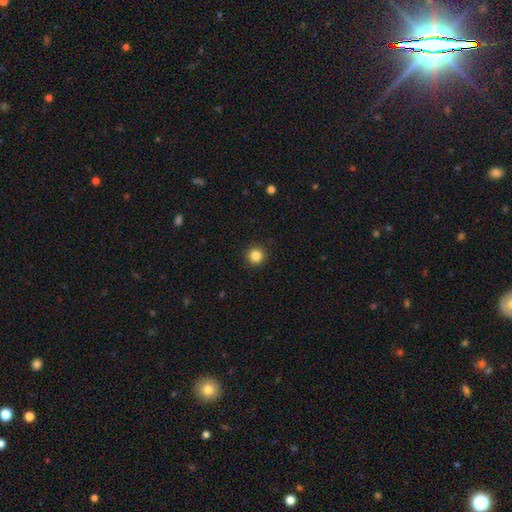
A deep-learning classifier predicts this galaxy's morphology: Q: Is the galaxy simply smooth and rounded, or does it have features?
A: smooth — 85%.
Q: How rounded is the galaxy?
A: round — 96%.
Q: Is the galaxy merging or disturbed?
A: none — 92%.